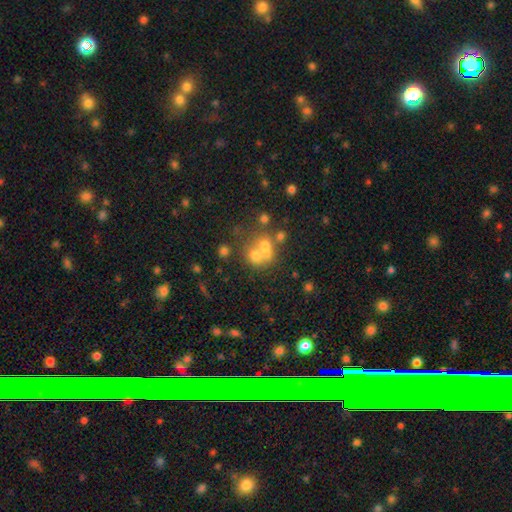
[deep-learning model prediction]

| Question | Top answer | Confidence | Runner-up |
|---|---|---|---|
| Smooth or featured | smooth | 55% | featured or disk (26%) |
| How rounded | round | 72% | in between (27%) |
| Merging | merger | 54% | none (32%) |